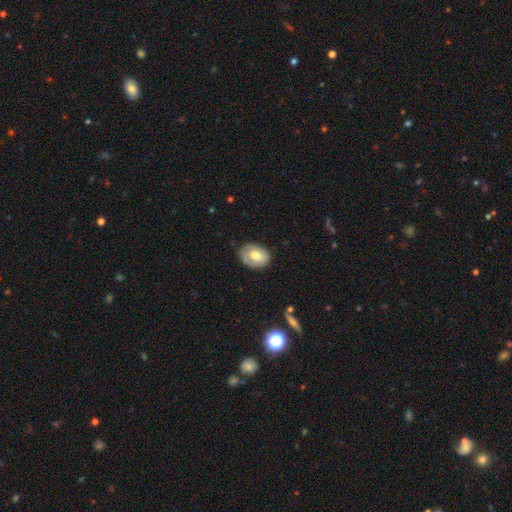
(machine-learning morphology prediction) Q: Smooth or featured?
A: smooth (62%); runner-up: featured or disk (31%)
Q: How rounded?
A: in between (64%); runner-up: round (35%)
Q: Merging?
A: none (75%); runner-up: minor disturbance (20%)